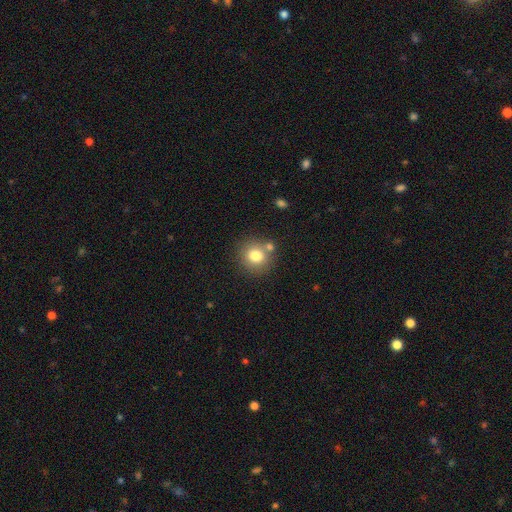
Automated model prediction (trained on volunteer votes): Smooth or featured: smooth — 78% (star or artifact — 11%)
How rounded: round — 87% (in between — 12%)
Merging: none — 70% (merger — 16%)